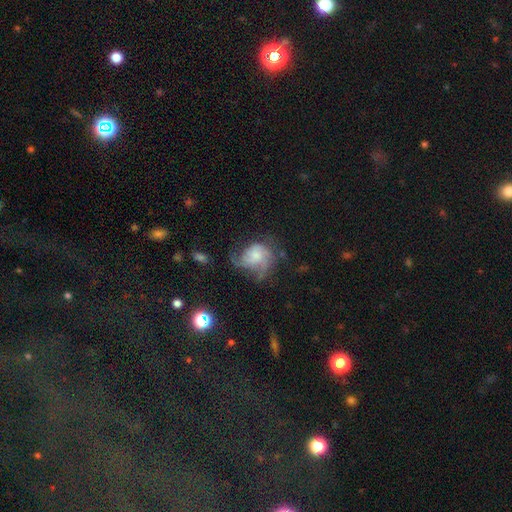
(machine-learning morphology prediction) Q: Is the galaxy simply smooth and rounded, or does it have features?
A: featured or disk — 57%.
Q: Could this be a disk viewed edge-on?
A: no — 98%.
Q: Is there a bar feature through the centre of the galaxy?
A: no — 74%.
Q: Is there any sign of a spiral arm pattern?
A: yes — 78%.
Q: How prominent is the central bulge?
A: small — 37%.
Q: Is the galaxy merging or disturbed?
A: major disturbance — 37%.